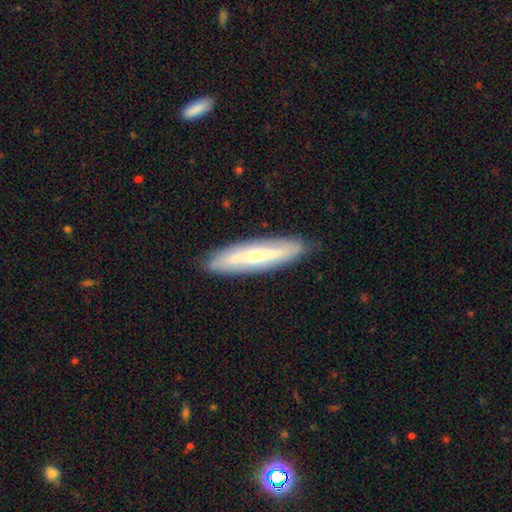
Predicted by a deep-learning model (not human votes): Morphology: type=featured or disk (56%); edge-on=yes (63%); merging=none (89%).